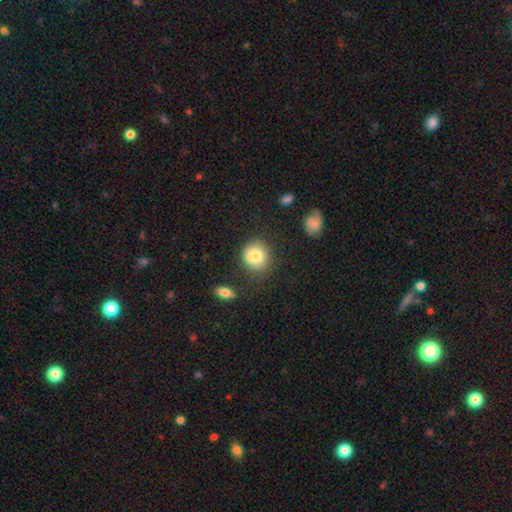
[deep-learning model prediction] Smooth or featured? smooth (80%)
How rounded? round (83%)
Merging? none (71%)